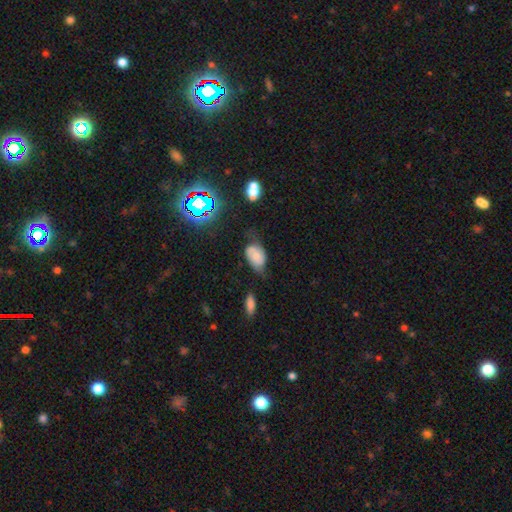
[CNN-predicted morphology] Smooth or featured? smooth (49%)
Merging? none (42%)